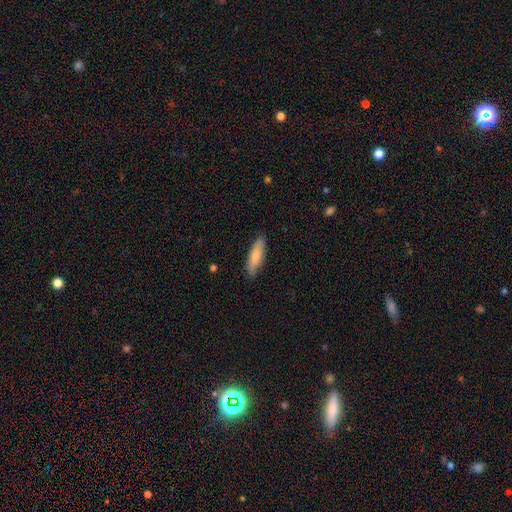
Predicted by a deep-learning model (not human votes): smooth 75%, featured or disk 20%, star or artifact 6%. Down the decision tree: how rounded — cigar-shaped (66%); merging — none (86%).